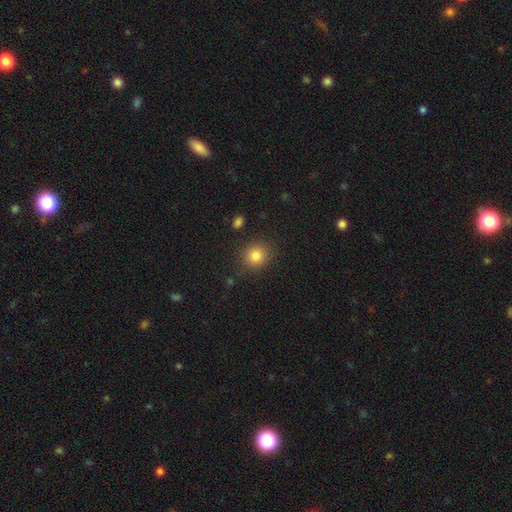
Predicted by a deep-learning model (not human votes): A smooth galaxy with no disk features (83%) that is round (83%). Merging: none (86%).